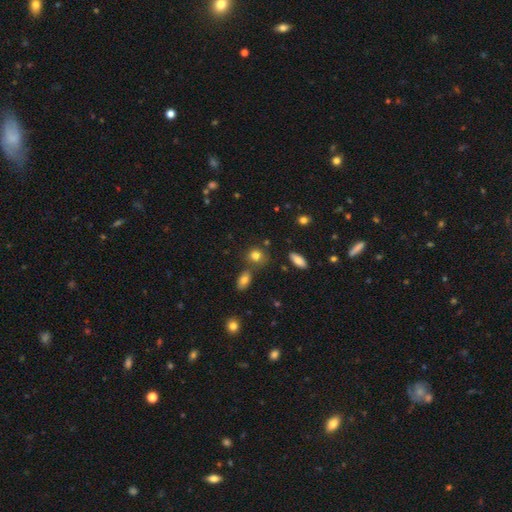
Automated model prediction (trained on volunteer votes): A smooth galaxy with no disk features (81%) that is round (69%). Merging: none (66%).